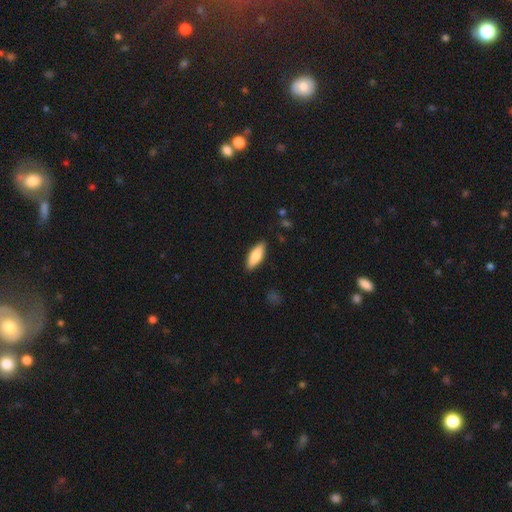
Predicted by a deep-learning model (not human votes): smooth 76%, featured or disk 18%, star or artifact 6%. Down the decision tree: how rounded — in between (66%); merging — none (87%).